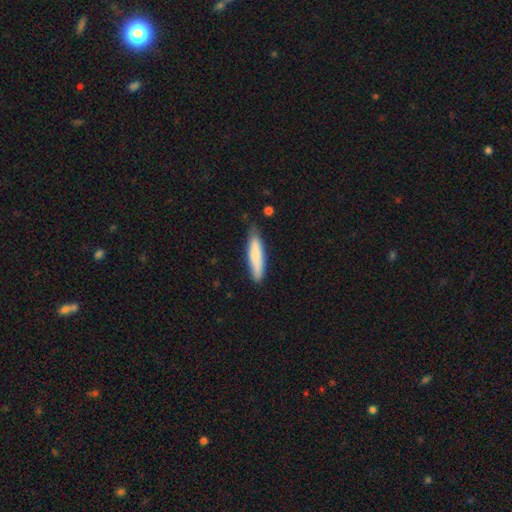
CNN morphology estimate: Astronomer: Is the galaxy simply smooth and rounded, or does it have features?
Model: smooth — 79%.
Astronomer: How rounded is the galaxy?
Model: cigar-shaped — 80%.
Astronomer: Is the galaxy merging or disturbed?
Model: none — 76%.